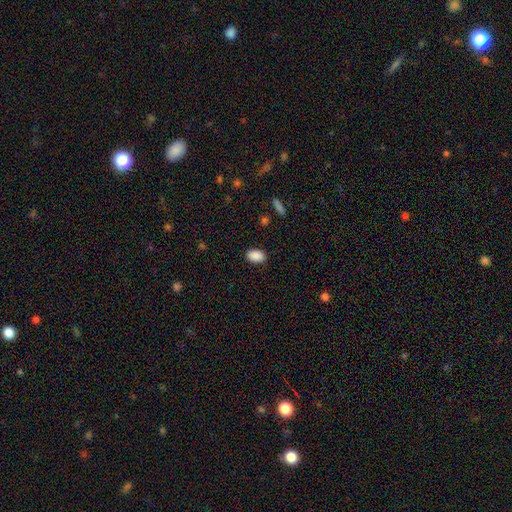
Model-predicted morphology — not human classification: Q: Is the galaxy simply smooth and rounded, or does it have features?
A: smooth — 89%.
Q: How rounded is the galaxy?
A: in between — 89%.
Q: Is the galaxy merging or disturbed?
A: none — 87%.